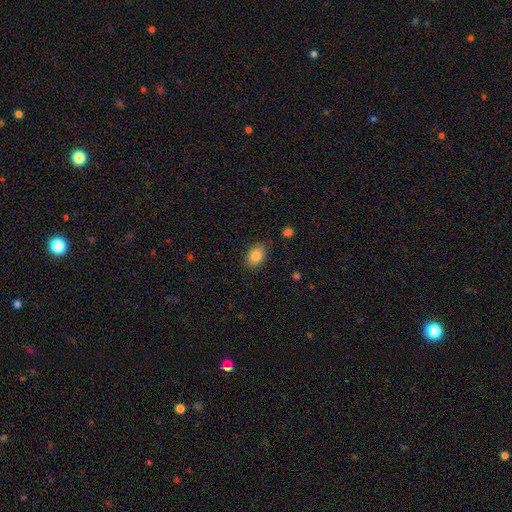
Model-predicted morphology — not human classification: Q: Smooth or featured?
A: smooth (85%); runner-up: star or artifact (8%)
Q: How rounded?
A: in between (74%); runner-up: round (25%)
Q: Merging?
A: none (84%); runner-up: minor disturbance (12%)